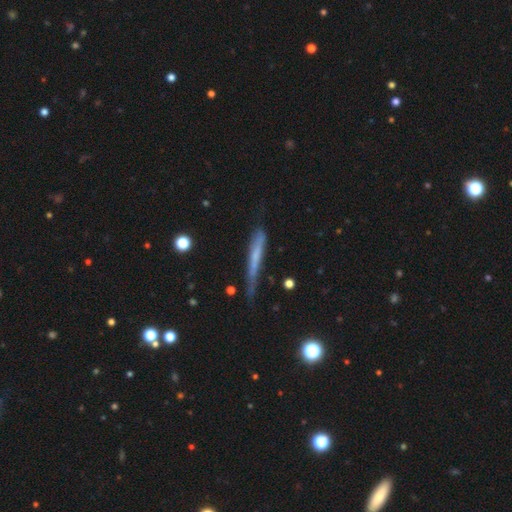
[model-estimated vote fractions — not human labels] Smooth or featured: smooth — 51% (featured or disk — 41%)
How rounded: cigar-shaped — 94% (in between — 5%)
Merging: none — 51% (minor disturbance — 33%)